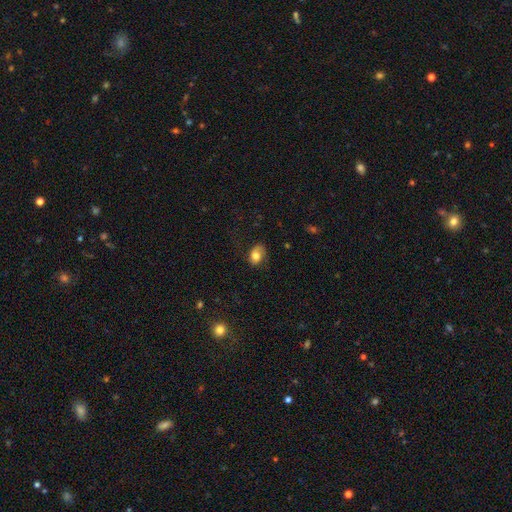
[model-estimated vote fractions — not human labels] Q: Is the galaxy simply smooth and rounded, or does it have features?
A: smooth — 70%.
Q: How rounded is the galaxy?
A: in between — 73%.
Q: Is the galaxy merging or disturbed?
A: none — 61%.